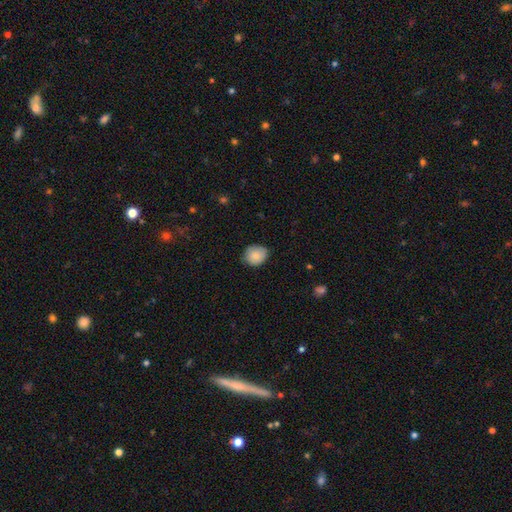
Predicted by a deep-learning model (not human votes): Morphology: type=smooth (84%); roundness=round (67%); merging=none (73%).